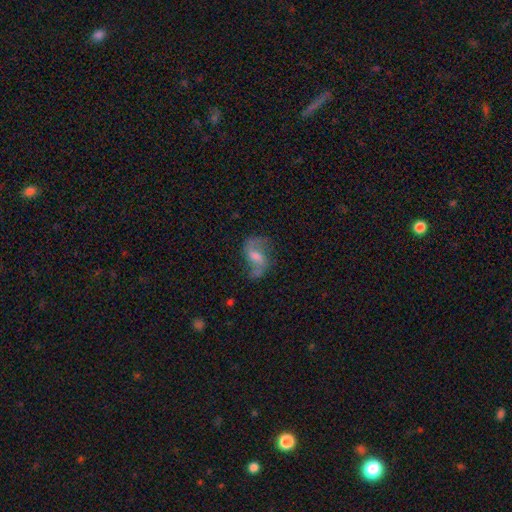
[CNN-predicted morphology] Smooth or featured? featured or disk (74%)
Edge-on disk? no (96%)
Bar? weak (51%)
Spiral arms? yes (90%)
Spiral winding? loose (68%)
Spiral arm count? 2 (89%)
Bulge size? moderate (44%)
Merging? none (61%)